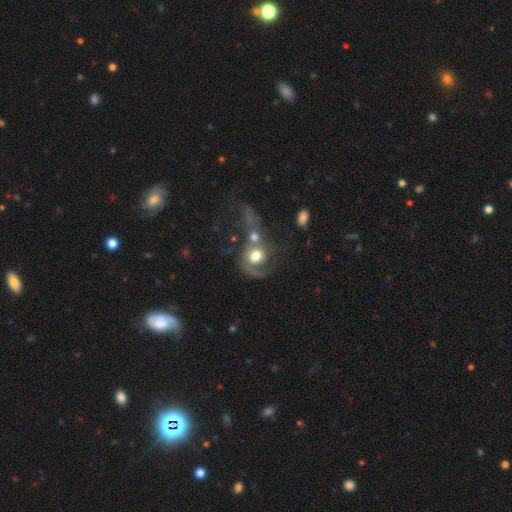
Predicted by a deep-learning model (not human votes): Overall: featured or disk (46%; smooth 45%). Merging: merger (52%; major disturbance 24%).